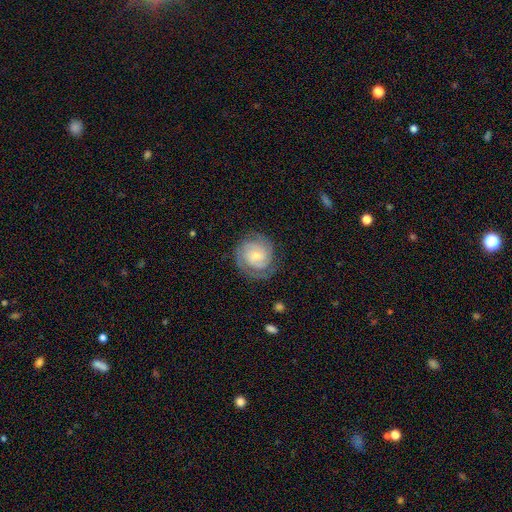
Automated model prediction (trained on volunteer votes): featured or disk 77%, smooth 17%, star or artifact 6%. Down the decision tree: edge-on disk — no (98%); bar — no (64%); spiral arms — yes (95%); spiral arm count — 2 (48%); spiral winding — tight (69%); bulge size — small (68%); merging — none (76%).